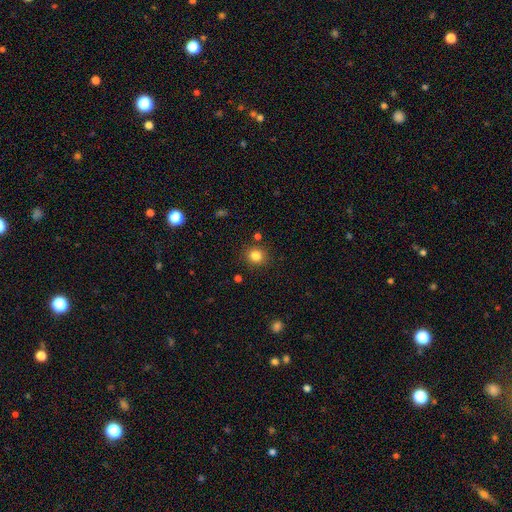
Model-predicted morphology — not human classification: smooth-or-featured: smooth: 83% | star or artifact: 12% | featured or disk: 5%
  how-rounded: round: 89% | in between: 10% | cigar-shaped: 1%
  merging: none: 87% | minor disturbance: 8% | merger: 3% | major disturbance: 3%